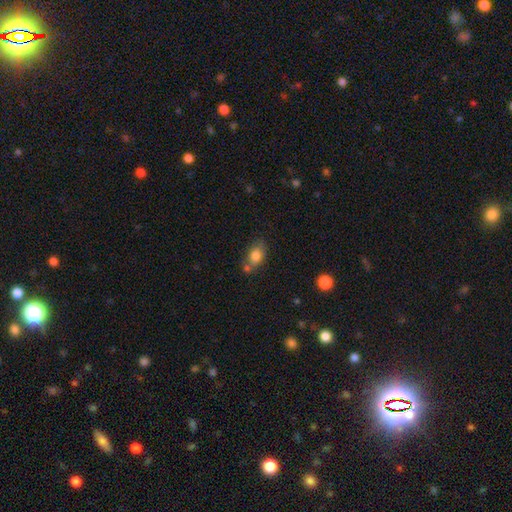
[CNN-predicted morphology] Q: Smooth or featured?
A: smooth (80%); runner-up: featured or disk (11%)
Q: How rounded?
A: in between (82%); runner-up: round (15%)
Q: Merging?
A: none (56%); runner-up: minor disturbance (20%)